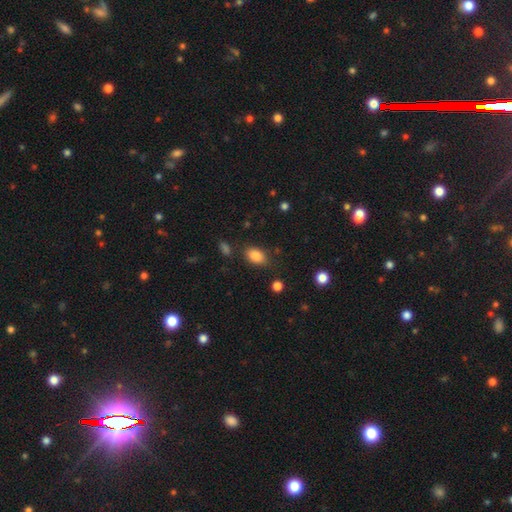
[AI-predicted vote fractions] Smooth or featured: smooth — 84% (star or artifact — 9%)
How rounded: in between — 84% (round — 15%)
Merging: none — 79% (minor disturbance — 14%)